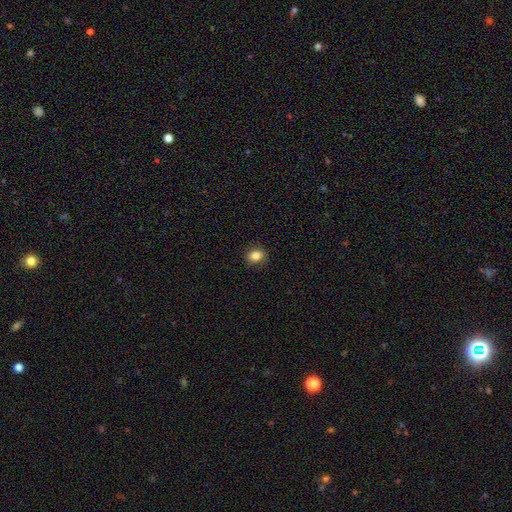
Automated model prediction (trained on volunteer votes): smooth_or_featured: smooth (p=0.84) [alt: star or artifact p=0.10]
how_rounded: round (p=0.57) [alt: in between p=0.42]
merging: none (p=0.88) [alt: minor disturbance p=0.09]